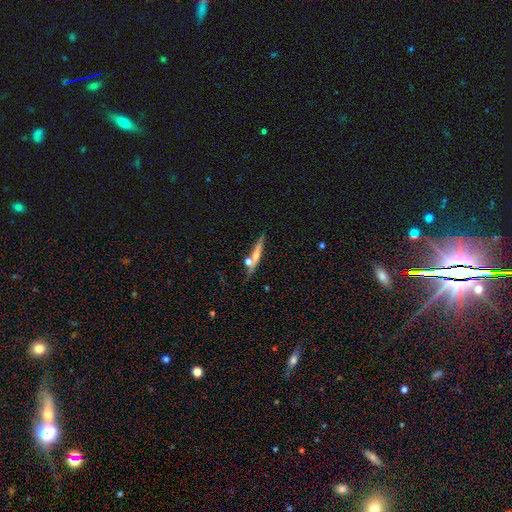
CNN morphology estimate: Smooth or featured?
  - featured or disk: 49% *
  - smooth: 42%
  - star or artifact: 9%
Merging?
  - none: 63% *
  - merger: 17%
  - minor disturbance: 14%
  - major disturbance: 5%